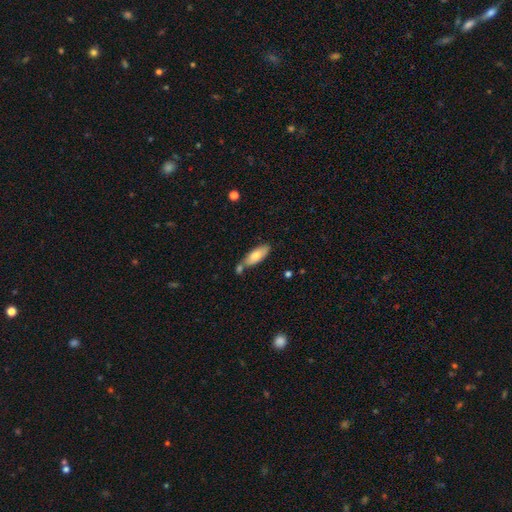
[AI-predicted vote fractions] smooth 74%, featured or disk 20%, star or artifact 6%. Down the decision tree: how rounded — in between (71%); merging — none (55%).